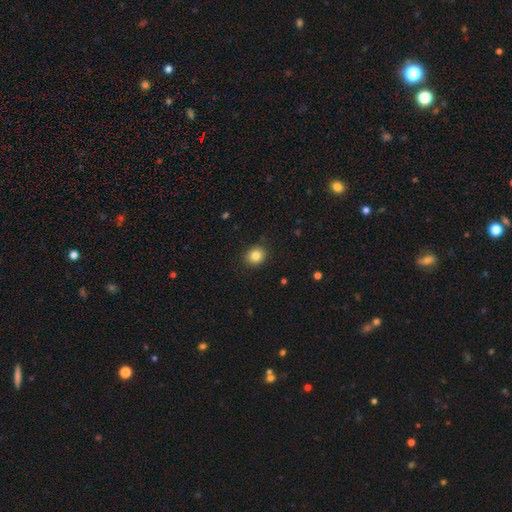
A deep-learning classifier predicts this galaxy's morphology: Q: Smooth or featured?
A: smooth (84%); runner-up: star or artifact (10%)
Q: How rounded?
A: round (68%); runner-up: in between (31%)
Q: Merging?
A: none (88%); runner-up: minor disturbance (8%)